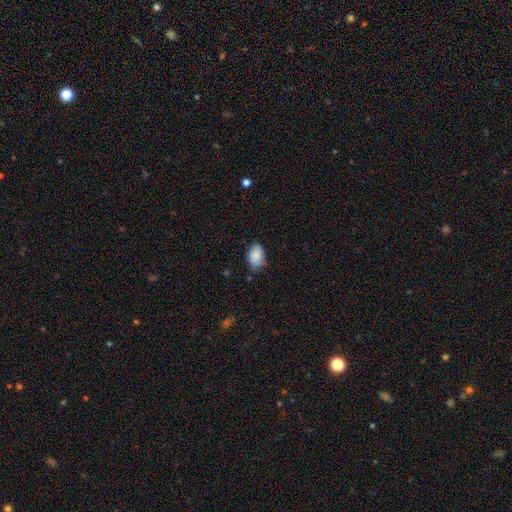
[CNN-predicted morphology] The model was most divided on "merging": none: 69%, minor disturbance: 25%, major disturbance: 4%, merger: 2%. More confident: smooth or featured — smooth (84%); how rounded — in between (83%).